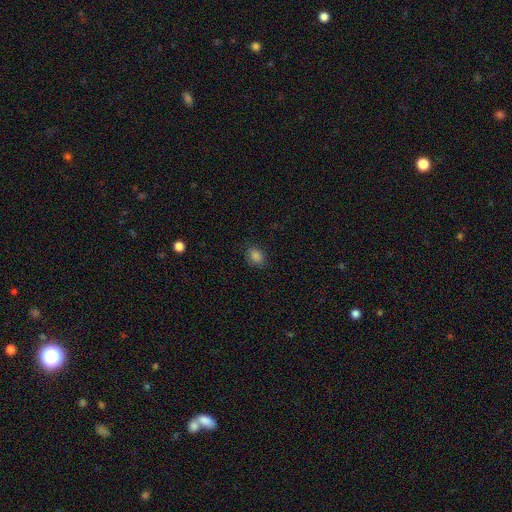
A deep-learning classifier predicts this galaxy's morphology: Overall: smooth (84%). How rounded: in between (67%; round 32%). Merging: none (84%).